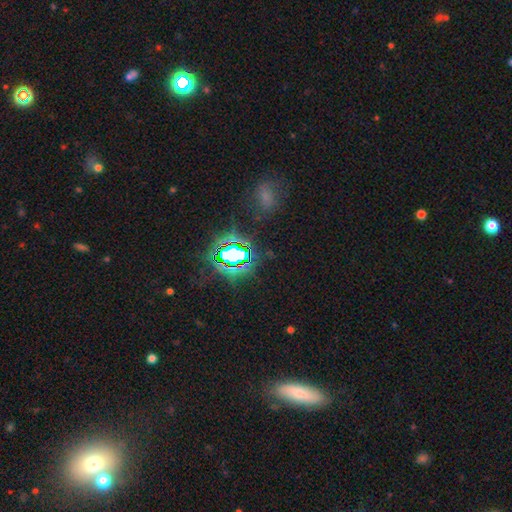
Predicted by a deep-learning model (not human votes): The model was most divided on "smooth or featured": star or artifact: 69%, smooth: 20%, featured or disk: 11%.